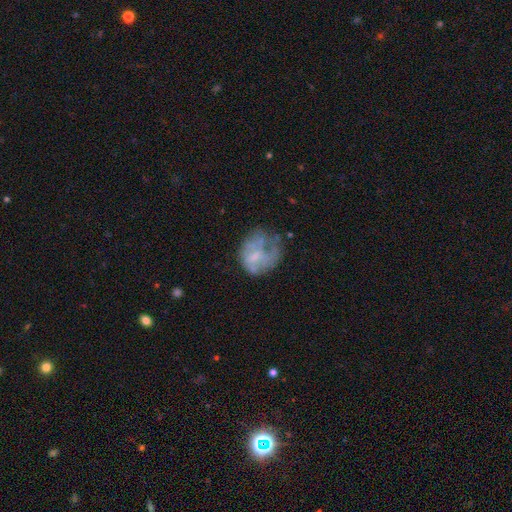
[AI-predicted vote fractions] A featured or disk galaxy (47%). Merging: none (36%).